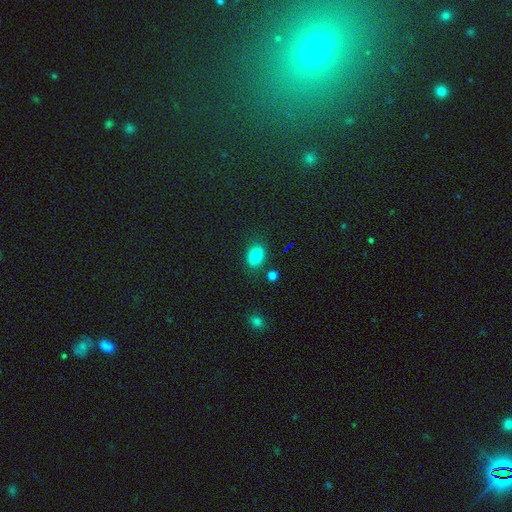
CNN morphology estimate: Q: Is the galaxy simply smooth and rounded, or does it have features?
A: smooth — 80%.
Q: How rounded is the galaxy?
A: in between — 70%.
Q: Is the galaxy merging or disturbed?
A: none — 81%.